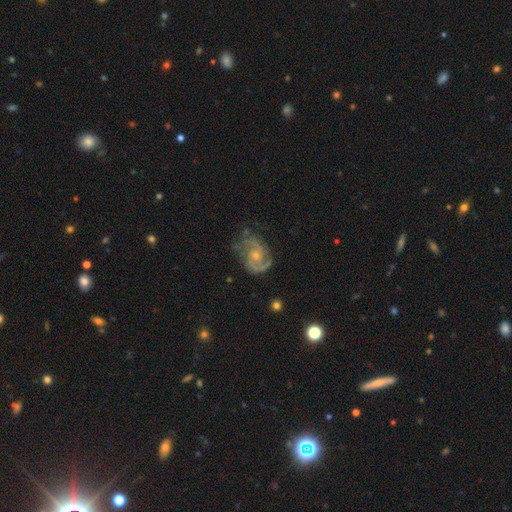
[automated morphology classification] Smooth or featured? Predicted: featured or disk (p=0.88). Edge-on disk? Predicted: no (p=0.98). Bar? Predicted: no (p=0.65). Spiral arms? Predicted: yes (p=0.97). Spiral winding? Predicted: medium (p=0.52). Spiral arm count? Predicted: 2 (p=0.78). Bulge size? Predicted: small (p=0.57). Merging? Predicted: none (p=0.66).